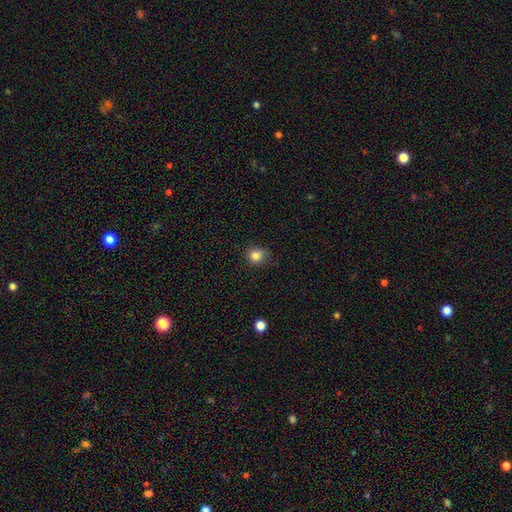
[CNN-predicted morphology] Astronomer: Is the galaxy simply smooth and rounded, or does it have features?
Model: smooth — 83%.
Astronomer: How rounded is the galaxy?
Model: round — 75%.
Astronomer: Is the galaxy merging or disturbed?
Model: none — 73%.